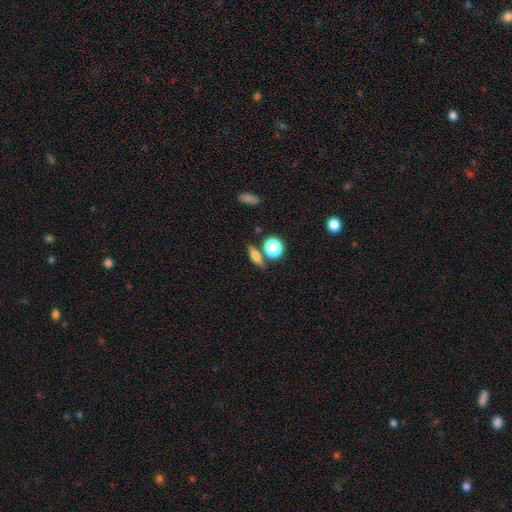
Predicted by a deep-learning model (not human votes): smooth-or-featured: smooth: 60% | featured or disk: 26% | star or artifact: 14%
  how-rounded: in between: 43% | cigar-shaped: 35% | round: 22%
  merging: none: 74% | merger: 12% | minor disturbance: 11% | major disturbance: 4%